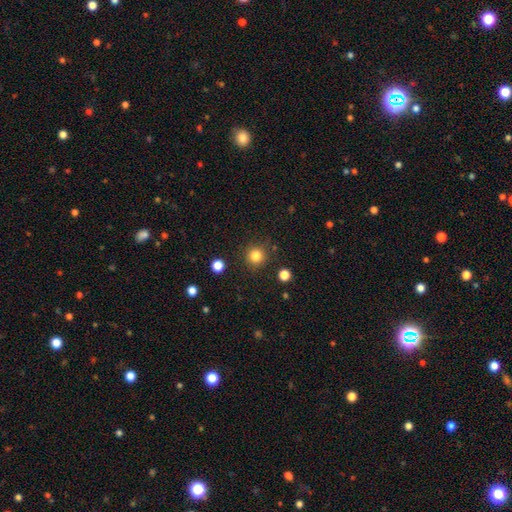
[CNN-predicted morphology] A smooth galaxy with no disk features (83%) that is round (94%).

Vote fractions:
- Smooth or featured? smooth: 83% / star or artifact: 12% / featured or disk: 5%
- How rounded? round: 94% / in between: 5% / cigar-shaped: 1%
- Merging? none: 88% / minor disturbance: 7% / major disturbance: 3% / merger: 2%